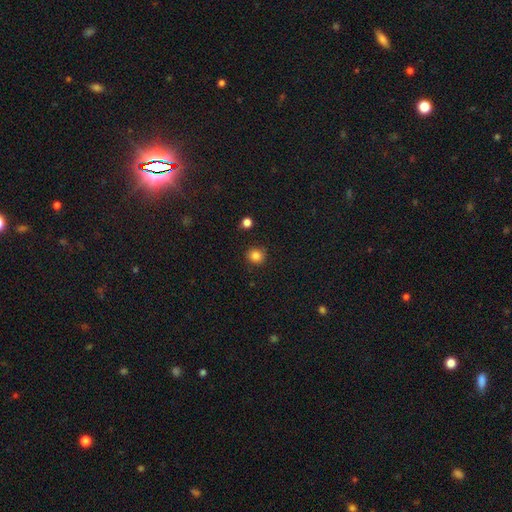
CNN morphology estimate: Smooth or featured? smooth (85%)
How rounded? round (88%)
Merging? none (87%)